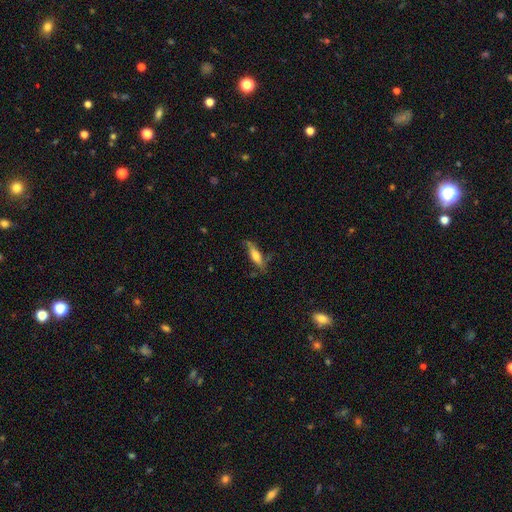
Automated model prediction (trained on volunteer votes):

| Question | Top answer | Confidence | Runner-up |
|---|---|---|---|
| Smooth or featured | smooth | 56% | featured or disk (37%) |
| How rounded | cigar-shaped | 64% | in between (34%) |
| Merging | none | 67% | minor disturbance (23%) |